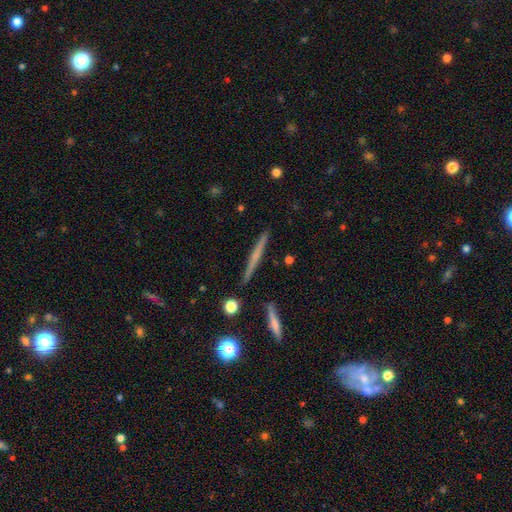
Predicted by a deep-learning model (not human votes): Smooth or featured?
  - featured or disk: 51% *
  - smooth: 42%
  - star or artifact: 7%
Edge-on disk?
  - yes: 98% *
  - no: 2%
Edge-on bulge?
  - none: 74% *
  - rounded: 19%
  - boxy: 6%
Merging?
  - none: 90% *
  - minor disturbance: 7%
  - merger: 2%
  - major disturbance: 1%